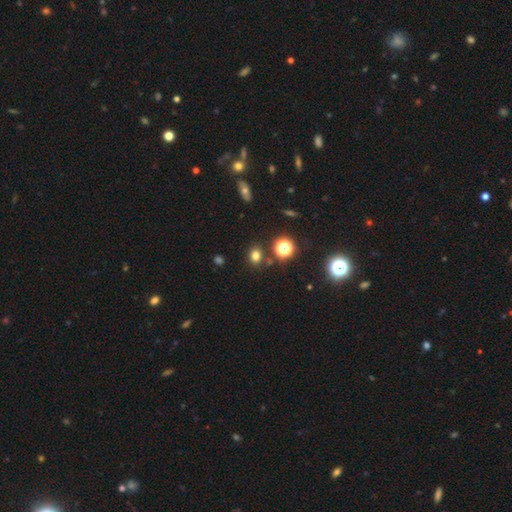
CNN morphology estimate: This appears to be a smooth galaxy with no disk features (74%) that is round (59%). Merging: none (81%).